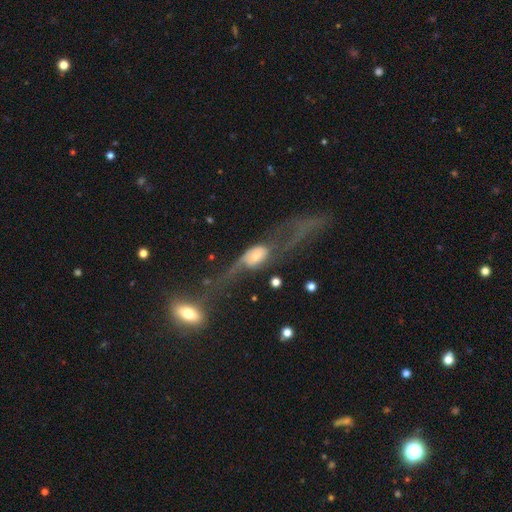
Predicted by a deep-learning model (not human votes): This is likely a featured or disk galaxy (61%). It is clearly not viewed edge-on (86%). Bar: likely no (62%). Spiral arm pattern: likely yes (66%). Central bulge: marginally small (39%). Merging: possibly major disturbance (59%).